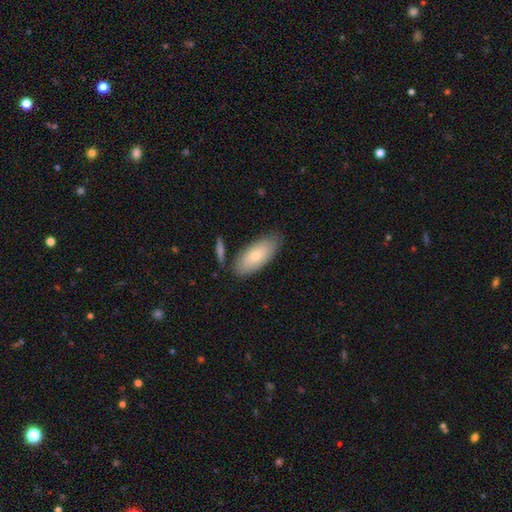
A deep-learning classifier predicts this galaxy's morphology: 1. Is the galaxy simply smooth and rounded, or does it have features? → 75% smooth, 19% featured or disk, 6% star or artifact.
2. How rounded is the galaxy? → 87% in between, 10% cigar-shaped, 2% round.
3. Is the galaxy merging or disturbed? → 77% none, 15% minor disturbance, 5% merger, 3% major disturbance.